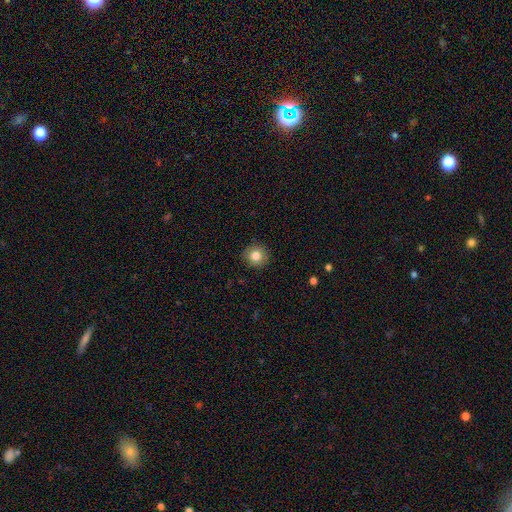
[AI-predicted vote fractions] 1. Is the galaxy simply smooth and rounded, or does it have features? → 83% smooth, 10% star or artifact, 7% featured or disk.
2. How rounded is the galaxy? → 91% round, 8% in between, 1% cigar-shaped.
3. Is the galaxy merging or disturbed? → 91% none, 7% minor disturbance, 2% major disturbance, 1% merger.